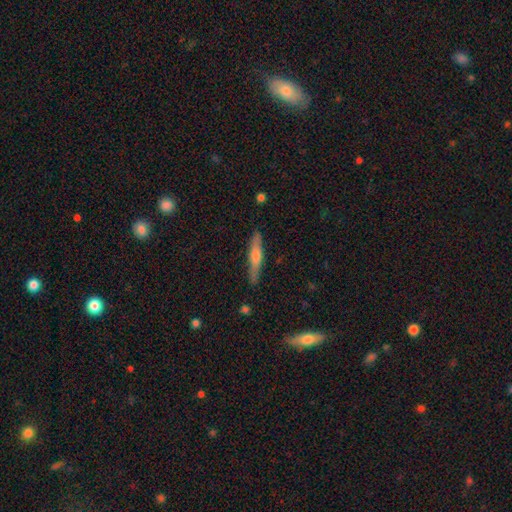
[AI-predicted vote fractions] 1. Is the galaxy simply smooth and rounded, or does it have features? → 48% smooth, 46% featured or disk, 6% star or artifact.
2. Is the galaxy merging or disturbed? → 87% none, 10% minor disturbance, 2% major disturbance, 1% merger.